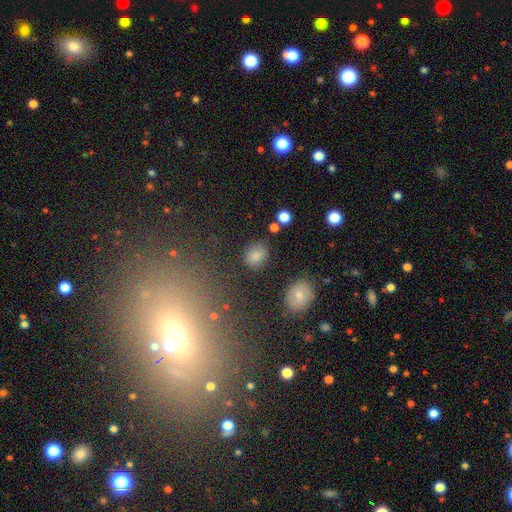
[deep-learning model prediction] Smooth or featured? smooth (82%)
How rounded? in between (51%)
Merging? none (77%)